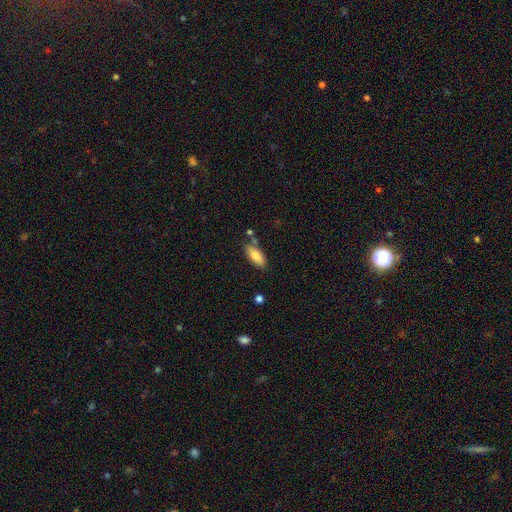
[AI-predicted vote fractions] Q: Smooth or featured?
A: smooth (84%); runner-up: featured or disk (10%)
Q: How rounded?
A: in between (83%); runner-up: cigar-shaped (15%)
Q: Merging?
A: none (75%); runner-up: minor disturbance (15%)